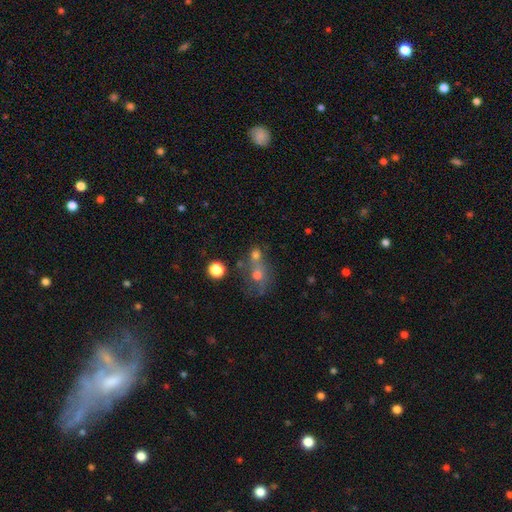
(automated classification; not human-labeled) smooth 49%, star or artifact 27%, featured or disk 24%. Down the decision tree: merging — merger (46%).